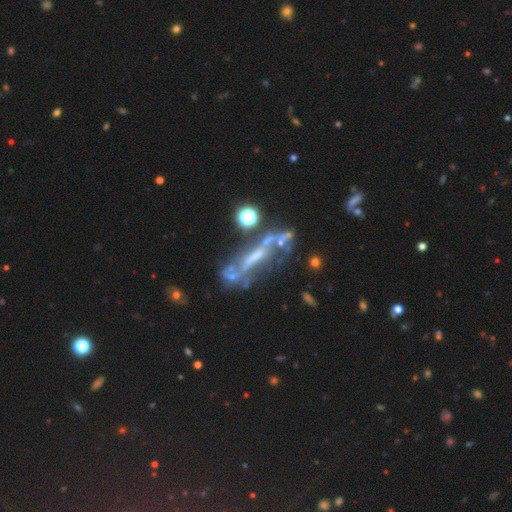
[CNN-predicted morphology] type=featured or disk (67%); edge-on=no (55%); merging=none (45%).